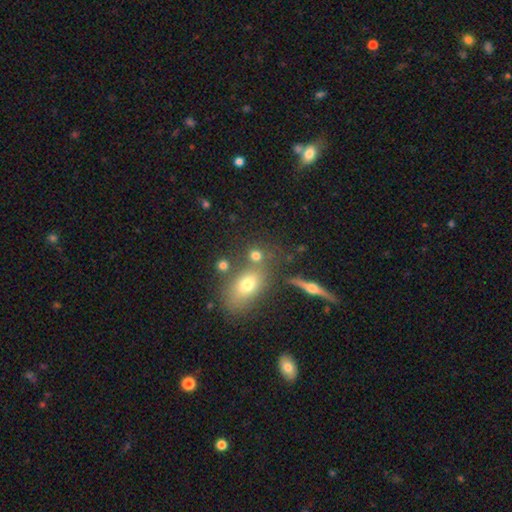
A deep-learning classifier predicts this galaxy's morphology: Q: Smooth or featured?
A: smooth (71%); runner-up: star or artifact (16%)
Q: How rounded?
A: round (65%); runner-up: in between (30%)
Q: Merging?
A: none (62%); runner-up: merger (22%)